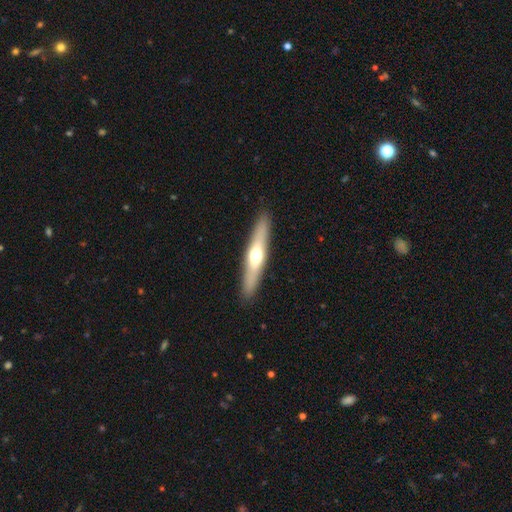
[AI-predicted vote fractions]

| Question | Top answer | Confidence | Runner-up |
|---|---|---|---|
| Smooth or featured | featured or disk | 51% | smooth (44%) |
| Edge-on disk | yes | 89% | no (11%) |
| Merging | none | 91% | minor disturbance (7%) |